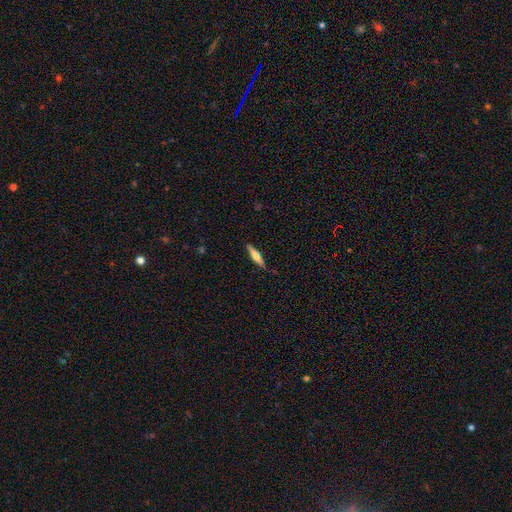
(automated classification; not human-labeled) Smooth or featured: smooth — 49% (featured or disk — 45%)
Merging: none — 86% (minor disturbance — 11%)